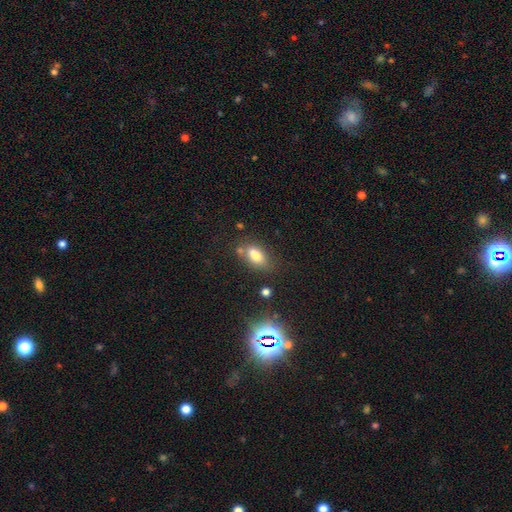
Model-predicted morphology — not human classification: Smooth or featured?
  - smooth: 77% *
  - featured or disk: 12%
  - star or artifact: 11%
How rounded?
  - in between: 85% *
  - round: 9%
  - cigar-shaped: 6%
Merging?
  - none: 57% *
  - minor disturbance: 20%
  - merger: 17%
  - major disturbance: 7%